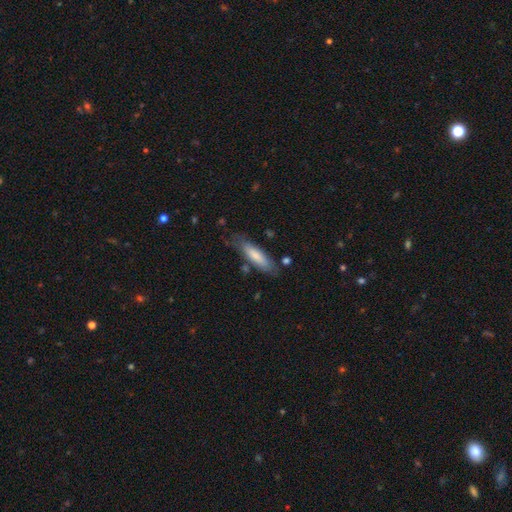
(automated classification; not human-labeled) The model was most divided on "how rounded": cigar-shaped: 63%, in between: 35%, round: 1%. More confident: smooth or featured — smooth (74%); merging — none (73%).